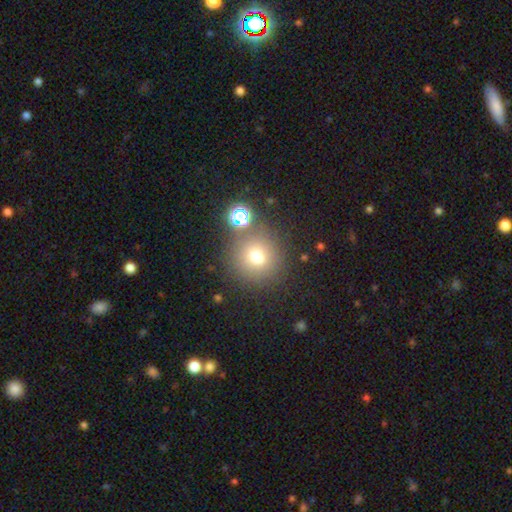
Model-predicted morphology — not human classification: Smooth or featured? Predicted: smooth (p=0.70). How rounded? Predicted: round (p=0.90). Merging? Predicted: none (p=0.76).